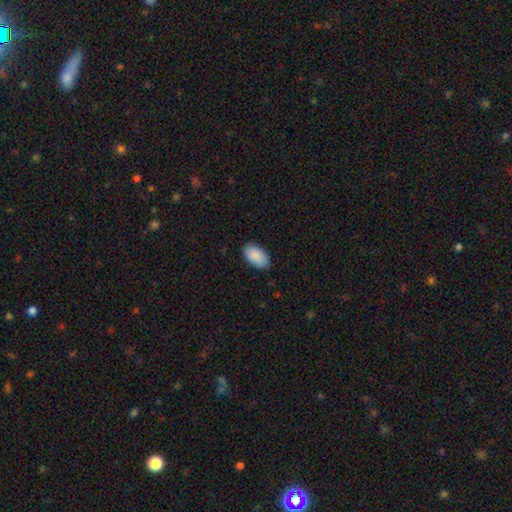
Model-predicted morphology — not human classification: smooth-or-featured: smooth: 90% | star or artifact: 6% | featured or disk: 4%
  how-rounded: in between: 95% | round: 3% | cigar-shaped: 2%
  merging: none: 84% | minor disturbance: 12% | major disturbance: 2% | merger: 1%